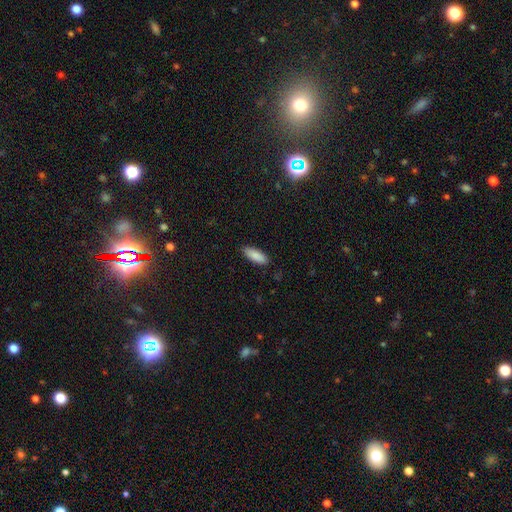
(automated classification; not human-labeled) Morphology: type=smooth (89%); roundness=in between (69%); merging=none (88%).